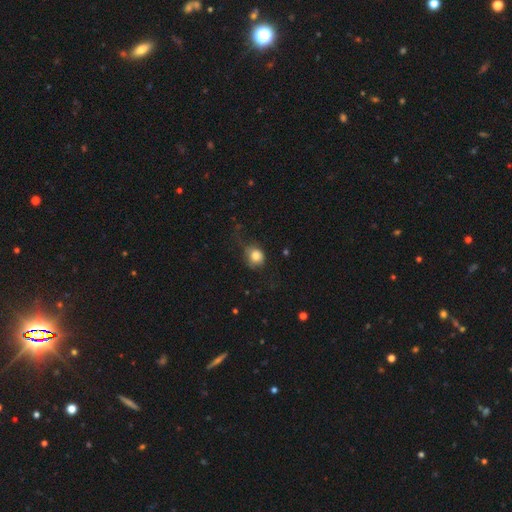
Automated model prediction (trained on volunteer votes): Q: Smooth or featured?
A: smooth (80%); runner-up: featured or disk (10%)
Q: How rounded?
A: round (74%); runner-up: in between (25%)
Q: Merging?
A: none (50%); runner-up: minor disturbance (30%)